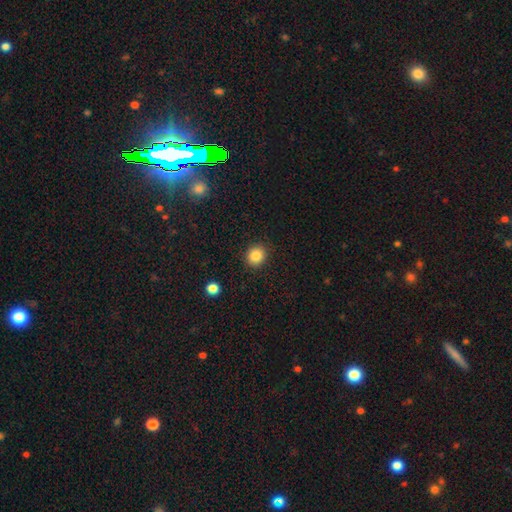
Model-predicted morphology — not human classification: Smooth or featured: smooth — 85% (star or artifact — 10%)
How rounded: round — 82% (in between — 17%)
Merging: none — 90% (minor disturbance — 7%)